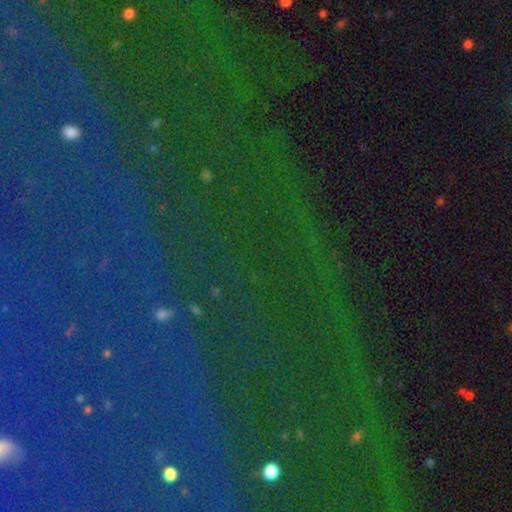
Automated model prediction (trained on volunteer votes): The model was most divided on "smooth or featured": star or artifact: 81%, smooth: 11%, featured or disk: 9%.